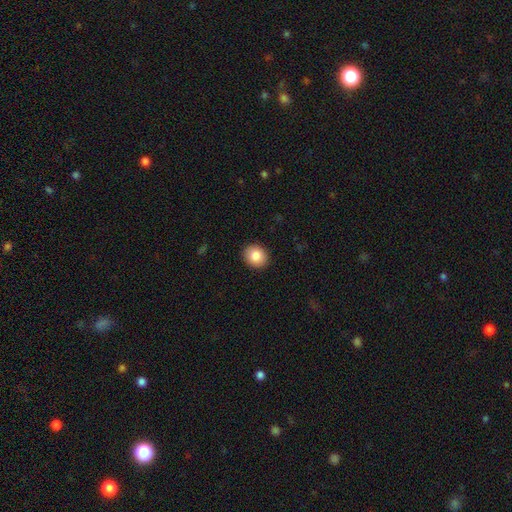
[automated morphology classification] This appears to be a smooth galaxy with no disk features (85%) that is round (73%). Merging: none (92%).